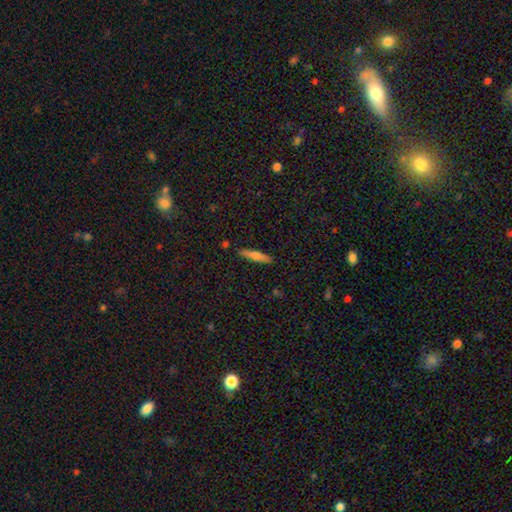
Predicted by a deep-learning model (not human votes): A smooth galaxy with no disk features (55%) that is cigar-shaped (85%).

Vote fractions:
- Smooth or featured? smooth: 55% / featured or disk: 37% / star or artifact: 7%
- How rounded? cigar-shaped: 85% / in between: 14% / round: 2%
- Merging? none: 89% / minor disturbance: 8% / major disturbance: 2% / merger: 2%